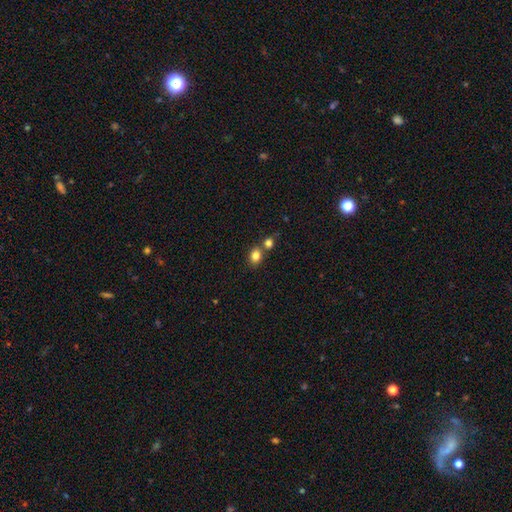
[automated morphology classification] Smooth or featured?
  - smooth: 83% *
  - star or artifact: 11%
  - featured or disk: 6%
How rounded?
  - round: 53% *
  - in between: 46%
  - cigar-shaped: 1%
Merging?
  - none: 61% *
  - merger: 27%
  - minor disturbance: 9%
  - major disturbance: 3%